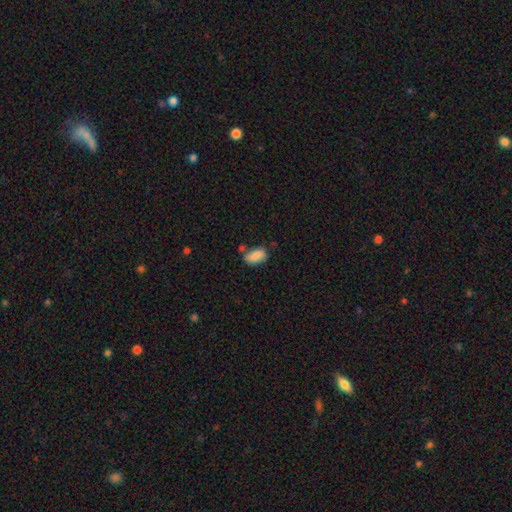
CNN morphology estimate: This appears to be a smooth galaxy with no disk features (85%) that is in between round and cigar-shaped (91%). Merging: none (57%).